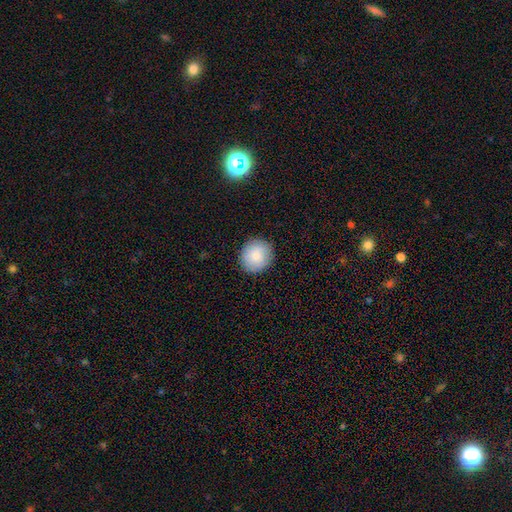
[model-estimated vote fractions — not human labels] Morphology: type=smooth (86%); roundness=round (87%); merging=none (90%).